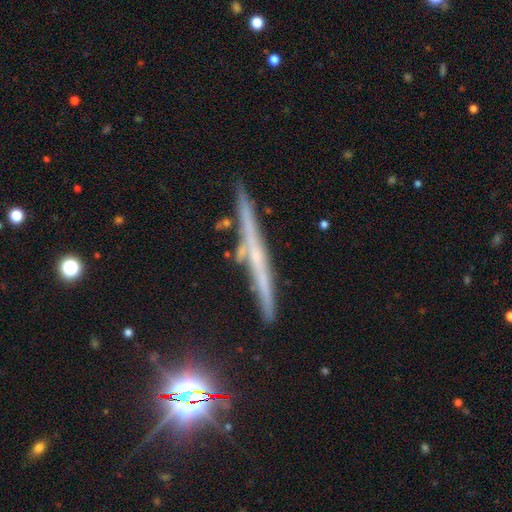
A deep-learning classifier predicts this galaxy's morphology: Smooth or featured?
  - featured or disk: 65% *
  - smooth: 23%
  - star or artifact: 13%
Edge-on disk?
  - yes: 97% *
  - no: 3%
Edge-on bulge?
  - none: 72% *
  - rounded: 23%
  - boxy: 6%
Merging?
  - none: 83% *
  - minor disturbance: 11%
  - merger: 4%
  - major disturbance: 2%